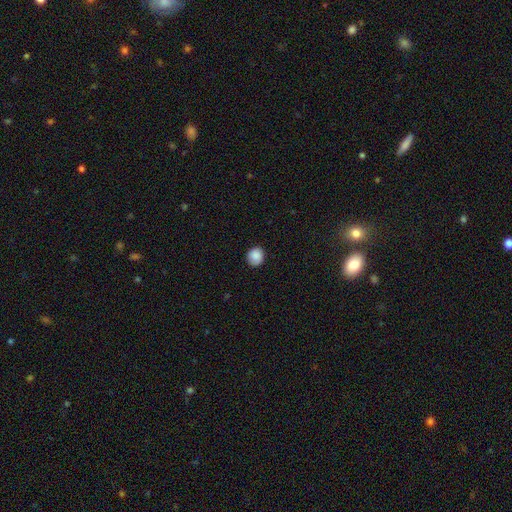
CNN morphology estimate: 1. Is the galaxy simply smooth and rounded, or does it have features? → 87% smooth, 8% star or artifact, 4% featured or disk.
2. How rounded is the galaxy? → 82% round, 18% in between, 1% cigar-shaped.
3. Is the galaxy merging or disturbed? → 85% none, 12% minor disturbance, 2% major disturbance, 1% merger.